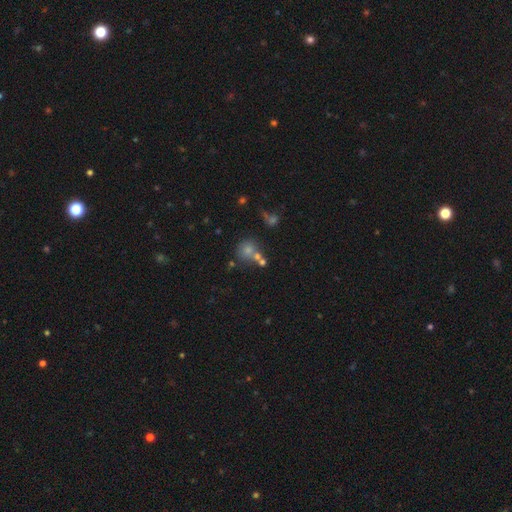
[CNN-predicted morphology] Overall: smooth (55%; star or artifact 30%). How rounded: round (84%). Merging: none (56%; merger 28%).